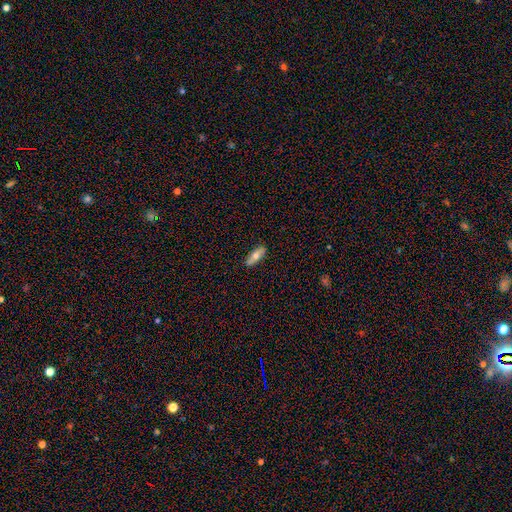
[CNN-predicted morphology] Smooth or featured? Predicted: smooth (p=0.64). How rounded? Predicted: in between (p=0.57). Merging? Predicted: none (p=0.86).